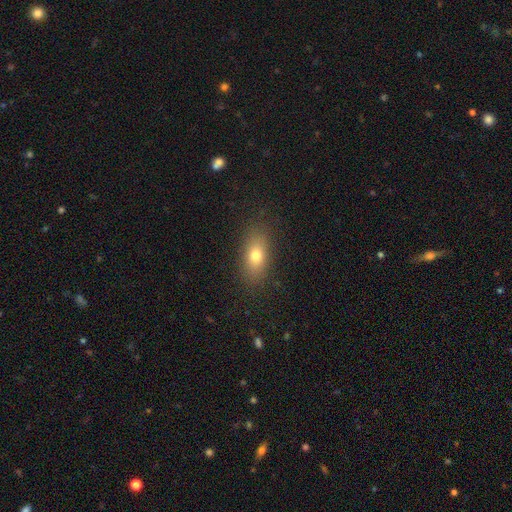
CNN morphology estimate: smooth 75%, featured or disk 15%, star or artifact 10%. Down the decision tree: how rounded — in between (78%); merging — none (85%).